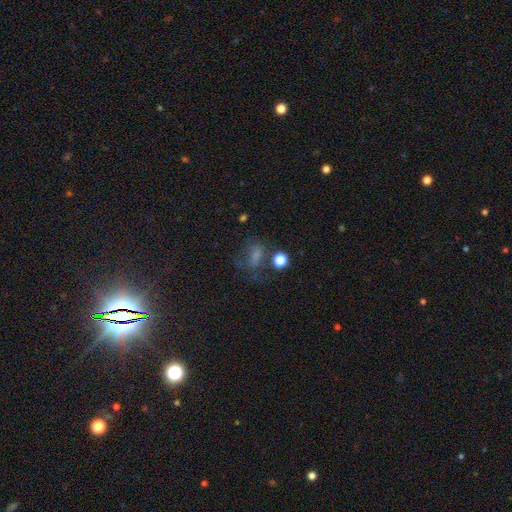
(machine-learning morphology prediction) Q: Smooth or featured?
A: smooth (62%); runner-up: star or artifact (22%)
Q: How rounded?
A: in between (63%); runner-up: round (33%)
Q: Merging?
A: none (44%); runner-up: major disturbance (26%)